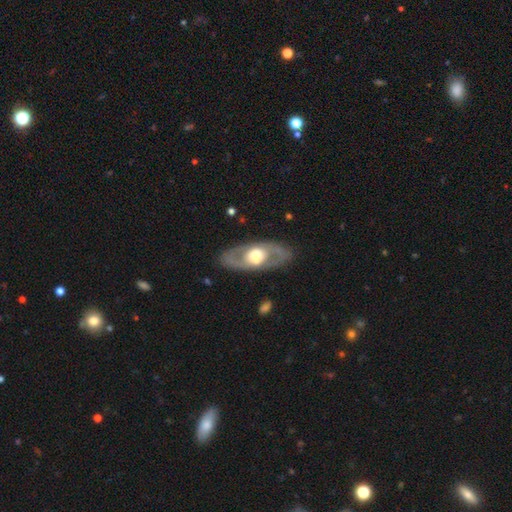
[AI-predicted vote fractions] Smooth or featured? featured or disk (68%)
Edge-on disk? no (84%)
Bar? no (73%)
Spiral arms? no (60%)
Bulge size? moderate (48%)
Merging? none (84%)